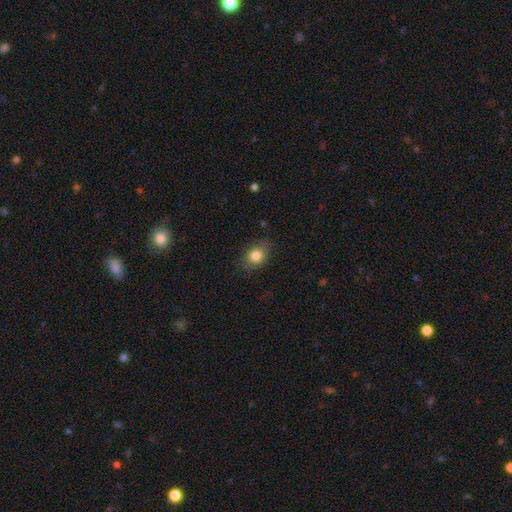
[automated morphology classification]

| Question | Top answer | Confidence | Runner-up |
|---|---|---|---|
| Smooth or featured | smooth | 82% | star or artifact (9%) |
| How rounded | in between | 55% | round (44%) |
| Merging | none | 80% | minor disturbance (15%) |